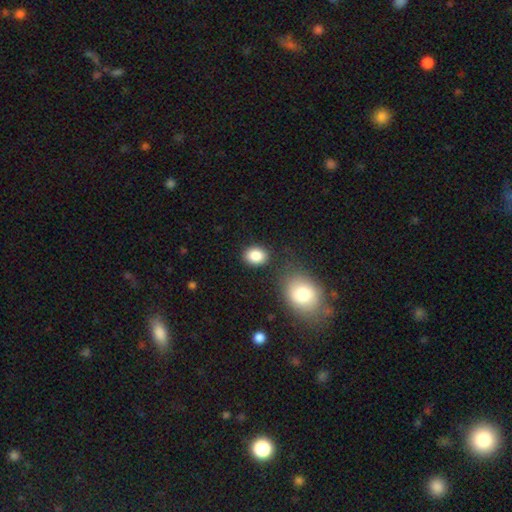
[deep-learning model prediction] Smooth or featured? Predicted: smooth (p=0.87). How rounded? Predicted: in between (p=0.56). Merging? Predicted: none (p=0.81).